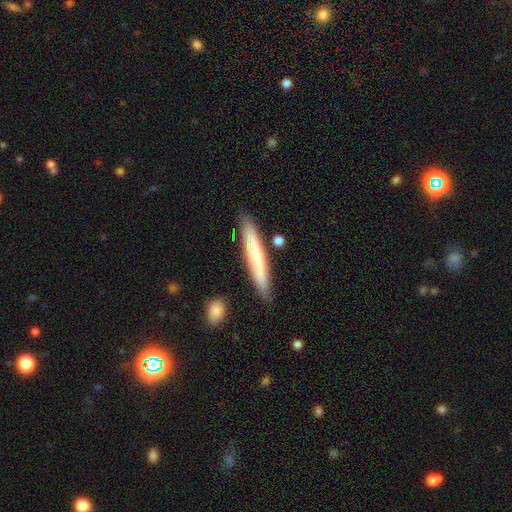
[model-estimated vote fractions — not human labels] smooth 63%, featured or disk 31%, star or artifact 6%. Down the decision tree: how rounded — cigar-shaped (93%); merging — none (85%).